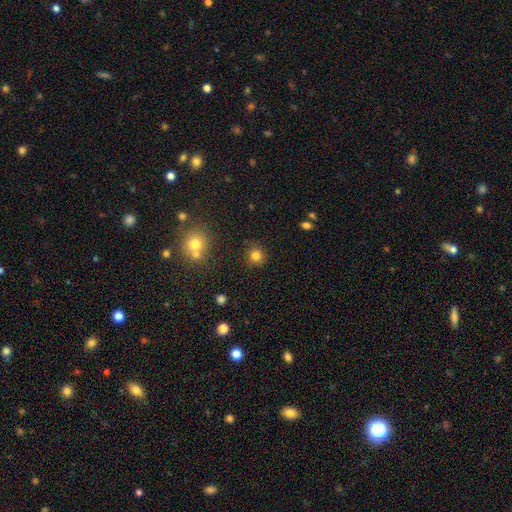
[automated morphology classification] Q: Smooth or featured?
A: smooth (81%); runner-up: star or artifact (13%)
Q: How rounded?
A: round (91%); runner-up: in between (8%)
Q: Merging?
A: none (87%); runner-up: minor disturbance (7%)